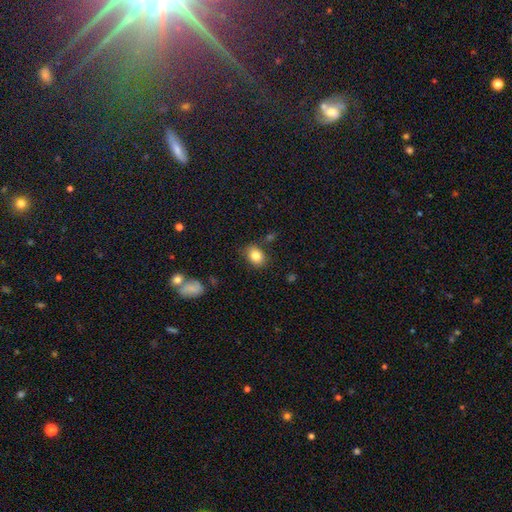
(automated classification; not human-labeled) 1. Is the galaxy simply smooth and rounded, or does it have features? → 84% smooth, 9% star or artifact, 7% featured or disk.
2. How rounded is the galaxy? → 65% in between, 34% round, 1% cigar-shaped.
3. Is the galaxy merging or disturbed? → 78% none, 15% minor disturbance, 4% merger, 4% major disturbance.